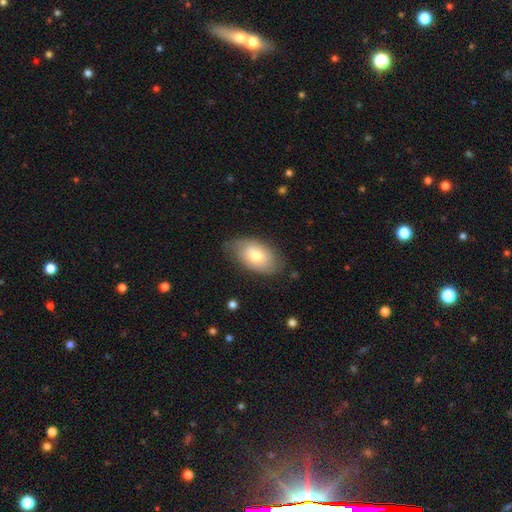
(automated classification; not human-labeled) smooth_or_featured: smooth (p=0.69) [alt: featured or disk p=0.25]
how_rounded: in between (p=0.93) [alt: round p=0.05]
merging: none (p=0.70) [alt: minor disturbance p=0.23]